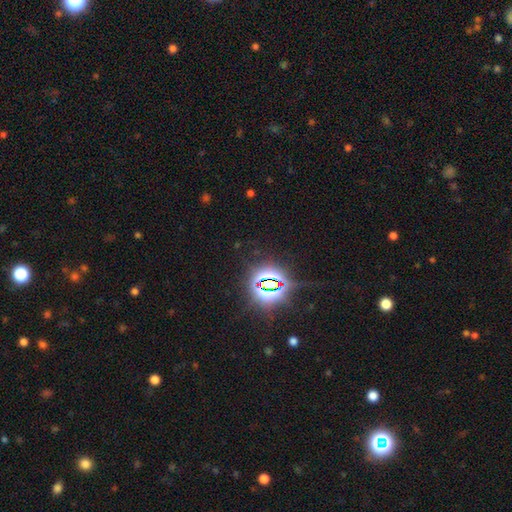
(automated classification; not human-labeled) This appears to be a star or artifact, not a galaxy (83%).